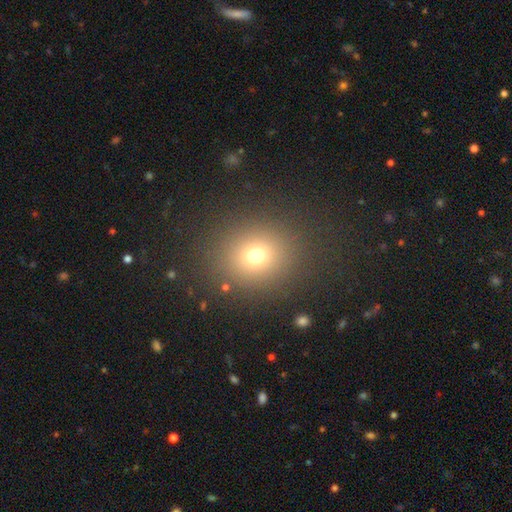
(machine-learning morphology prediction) This appears to be a smooth galaxy with no disk features (71%) that is round (76%). Merging: none (87%).